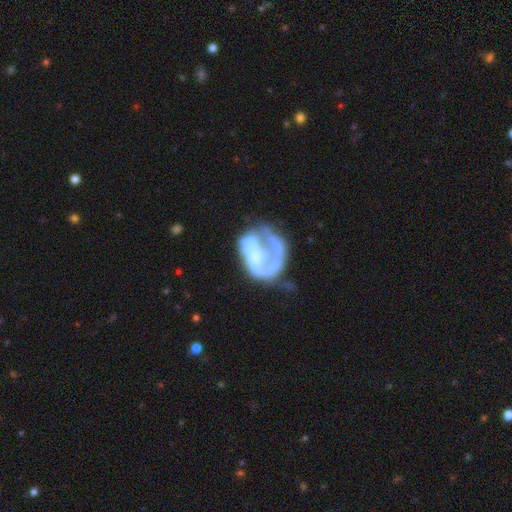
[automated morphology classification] Smooth or featured: featured or disk — 72% (smooth — 21%)
Edge-on disk: no — 98% (yes — 2%)
Bar: no — 77% (weak — 17%)
Spiral arms: yes — 50% (tied with no — 50%)
Bulge size: none — 44% (small — 24%)
Merging: major disturbance — 40% (none — 30%)